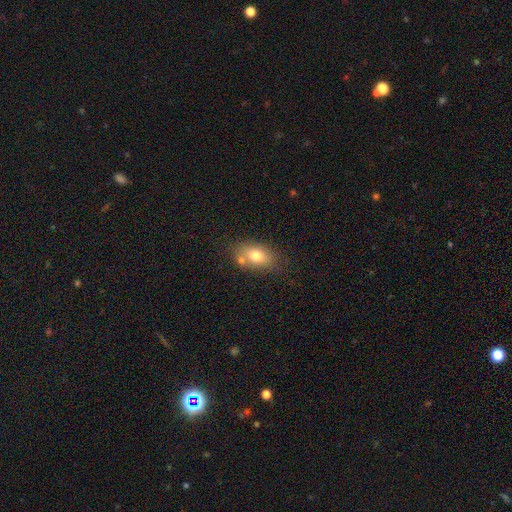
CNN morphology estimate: Smooth or featured? Predicted: smooth (p=0.74). How rounded? Predicted: in between (p=0.81). Merging? Predicted: none (p=0.63).